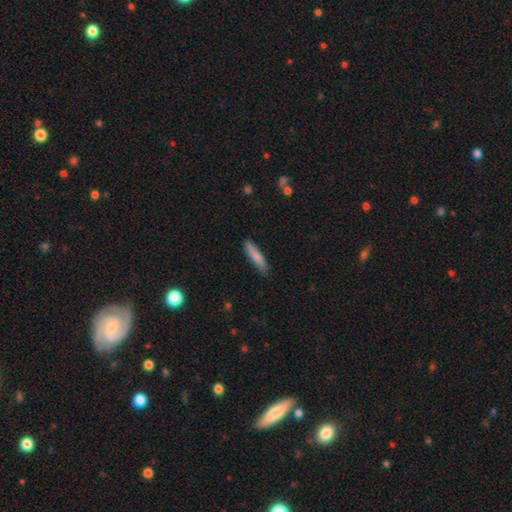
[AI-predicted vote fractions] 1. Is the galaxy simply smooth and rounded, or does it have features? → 79% smooth, 15% featured or disk, 6% star or artifact.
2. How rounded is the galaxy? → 86% cigar-shaped, 13% in between, 1% round.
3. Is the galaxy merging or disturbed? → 79% none, 17% minor disturbance, 2% major disturbance, 2% merger.